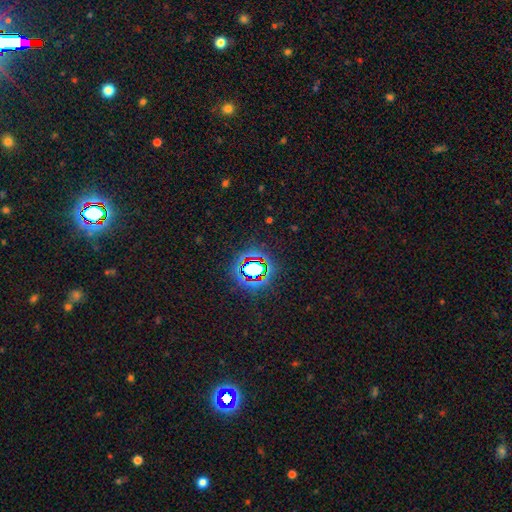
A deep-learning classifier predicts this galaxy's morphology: Smooth or featured?
  - star or artifact: 81% *
  - smooth: 11%
  - featured or disk: 8%